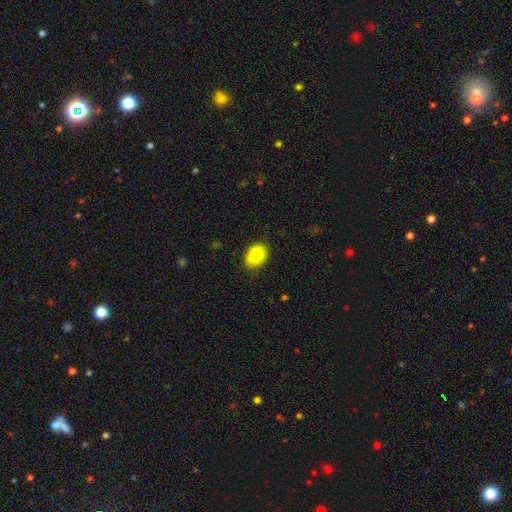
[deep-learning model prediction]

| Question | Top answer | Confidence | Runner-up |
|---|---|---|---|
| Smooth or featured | smooth | 85% | featured or disk (7%) |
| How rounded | in between | 73% | round (26%) |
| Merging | none | 86% | minor disturbance (10%) |